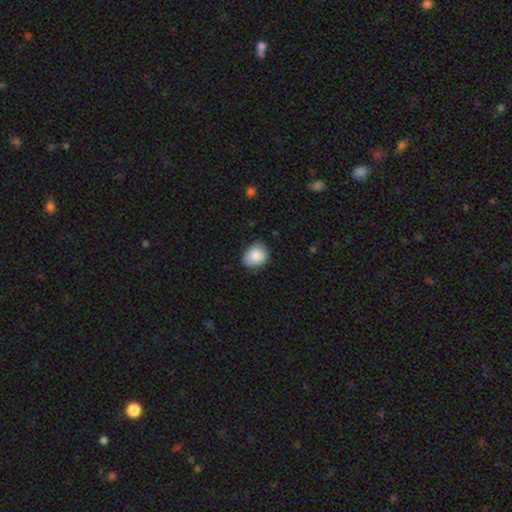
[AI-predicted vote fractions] Overall: smooth (86%). How rounded: round (58%; in between 41%). Merging: none (77%).